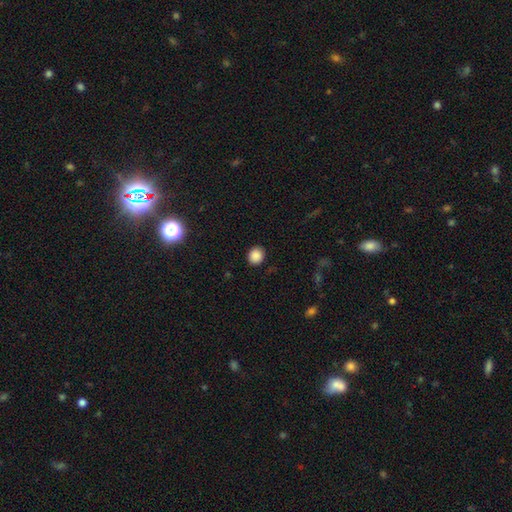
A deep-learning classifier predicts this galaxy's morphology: smooth 87%, star or artifact 10%, featured or disk 3%. Down the decision tree: how rounded — round (80%); merging — none (89%).